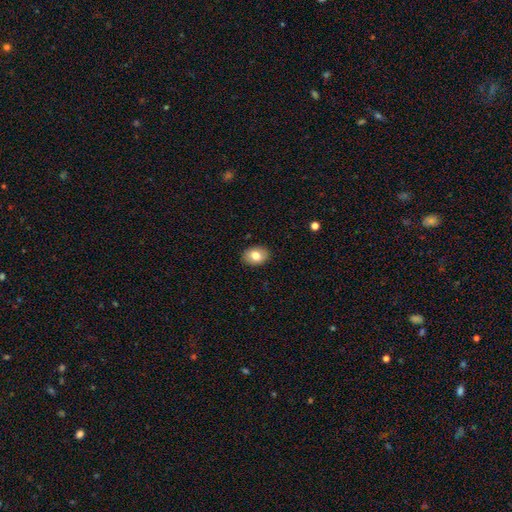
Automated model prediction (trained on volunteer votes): Smooth or featured? Predicted: smooth (p=0.79). How rounded? Predicted: in between (p=0.72). Merging? Predicted: none (p=0.89).